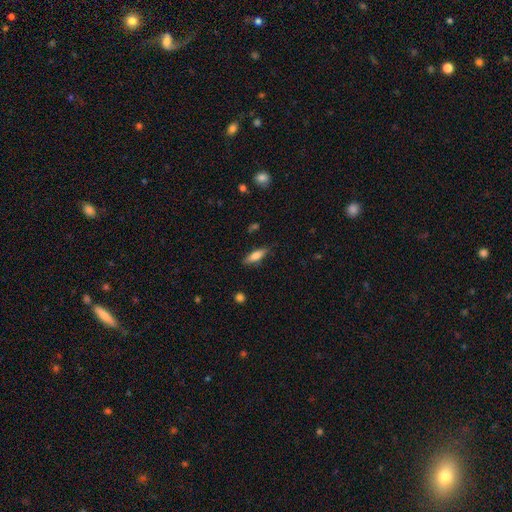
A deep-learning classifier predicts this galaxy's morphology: Overall: smooth (72%). How rounded: in between (52%; cigar-shaped 46%). Merging: none (83%).